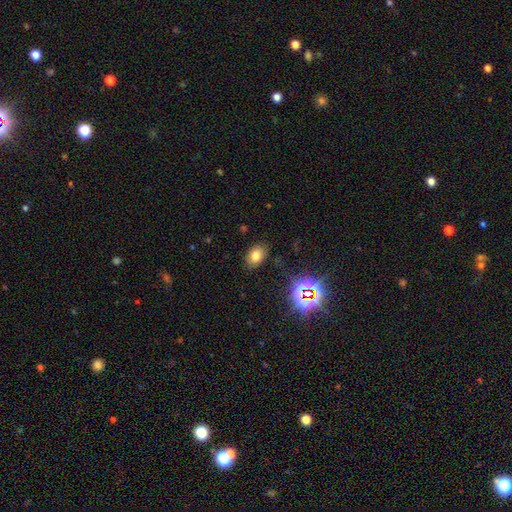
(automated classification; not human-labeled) The model was most divided on "smooth or featured": smooth: 73%, star or artifact: 18%, featured or disk: 9%. More confident: merging — none (84%); how rounded — in between (82%).